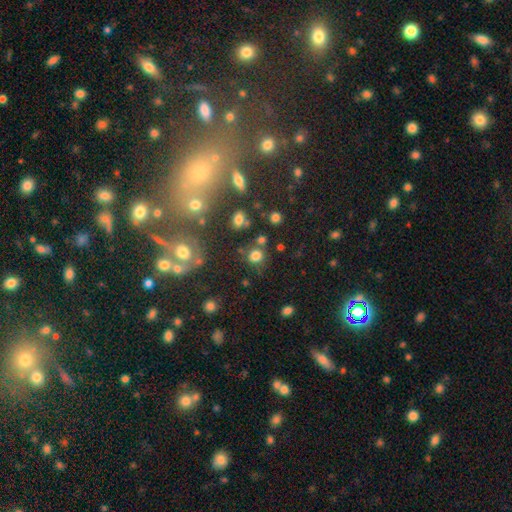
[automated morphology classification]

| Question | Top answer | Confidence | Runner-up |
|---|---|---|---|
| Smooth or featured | smooth | 76% | star or artifact (17%) |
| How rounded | round | 85% | in between (14%) |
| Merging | none | 73% | minor disturbance (12%) |